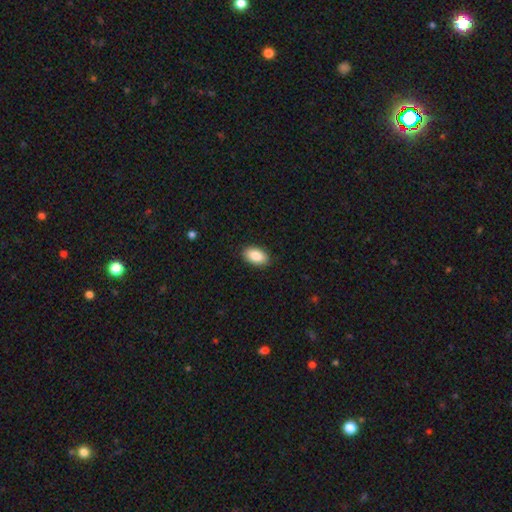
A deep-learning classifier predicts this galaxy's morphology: Smooth or featured: smooth — 88% (star or artifact — 7%)
How rounded: in between — 94% (round — 5%)
Merging: none — 89% (minor disturbance — 8%)